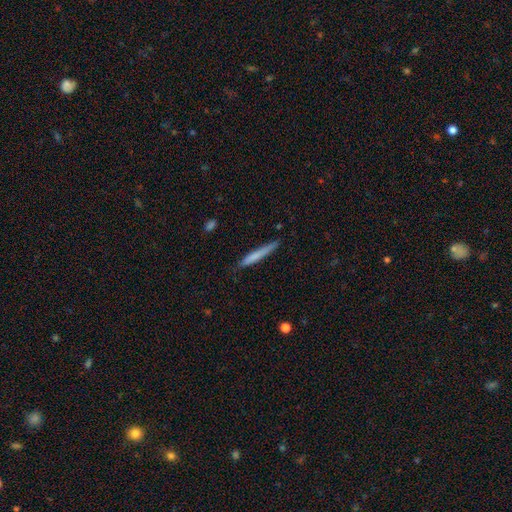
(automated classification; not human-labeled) The model was most divided on "smooth or featured": smooth: 71%, featured or disk: 24%, star or artifact: 5%. More confident: how rounded — cigar-shaped (96%); merging — none (82%).